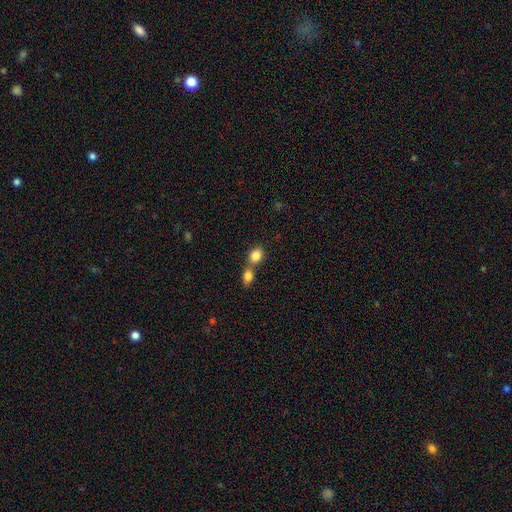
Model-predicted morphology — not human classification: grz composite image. It shows a smooth galaxy with no disk features (84%) that is in between round and cigar-shaped (55%). Merging: merger (51%).